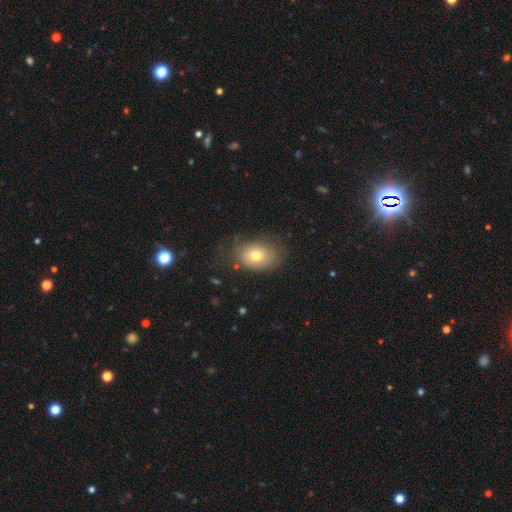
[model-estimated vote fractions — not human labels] A smooth galaxy with no disk features (73%) that is in between round and cigar-shaped (73%). Merging: none (65%).